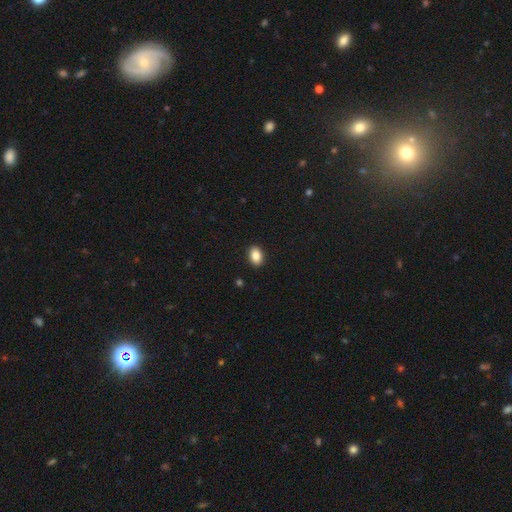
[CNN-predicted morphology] This appears to be a smooth galaxy with no disk features (88%) that is in between round and cigar-shaped (84%). Merging: none (91%).